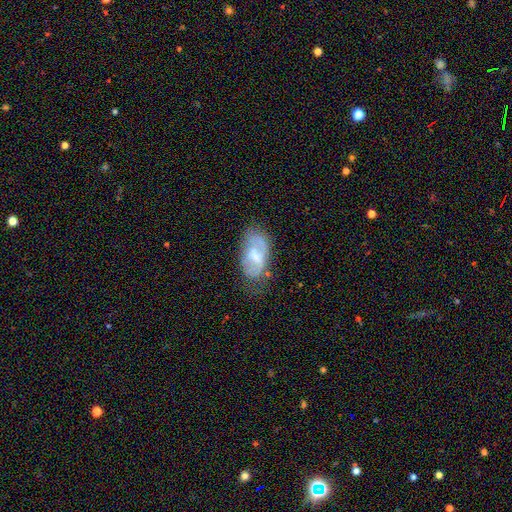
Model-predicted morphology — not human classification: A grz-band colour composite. It shows a featured or disk galaxy (52%). Merging: none (55%).